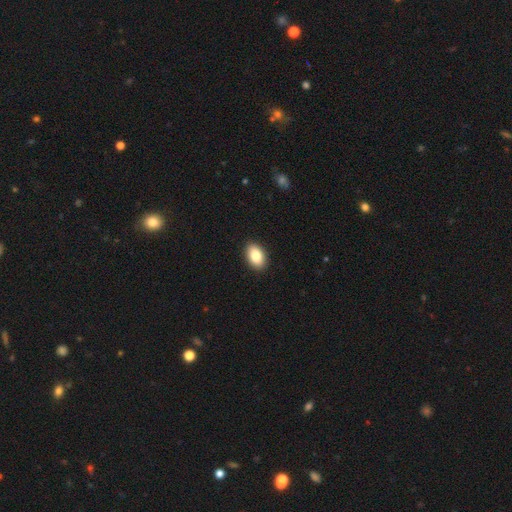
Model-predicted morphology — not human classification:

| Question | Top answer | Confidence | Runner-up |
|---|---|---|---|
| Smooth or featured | smooth | 85% | featured or disk (7%) |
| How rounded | in between | 89% | round (9%) |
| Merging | none | 91% | minor disturbance (6%) |